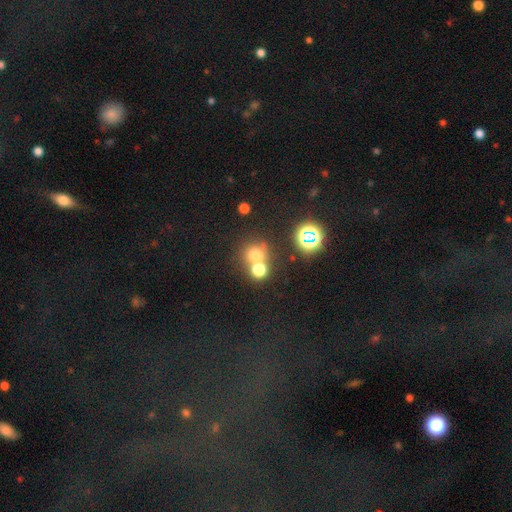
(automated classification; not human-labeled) smooth 65%, star or artifact 25%, featured or disk 11%. Down the decision tree: how rounded — round (86%); merging — none (53%).